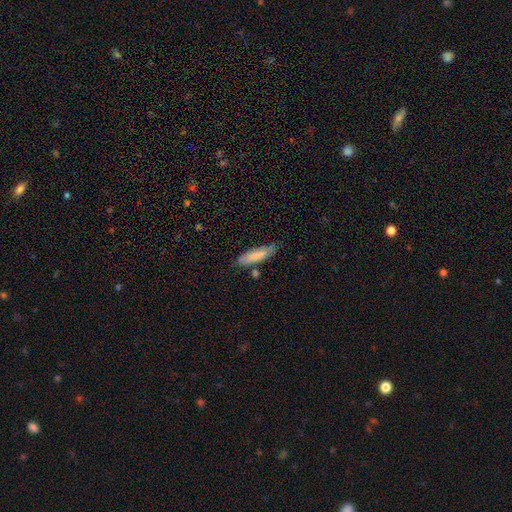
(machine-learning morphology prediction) Q: Smooth or featured?
A: smooth (82%); runner-up: featured or disk (12%)
Q: How rounded?
A: cigar-shaped (69%); runner-up: in between (30%)
Q: Merging?
A: none (73%); runner-up: minor disturbance (18%)